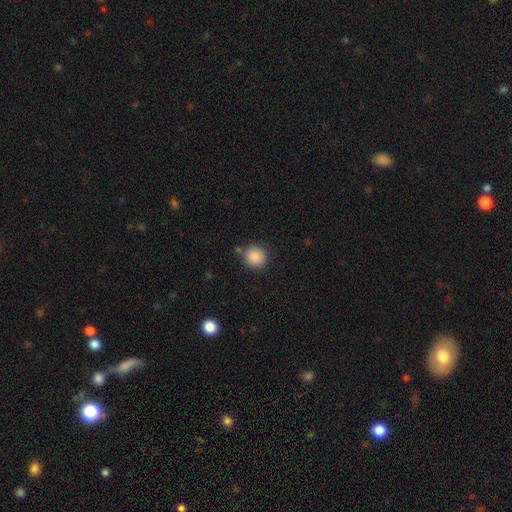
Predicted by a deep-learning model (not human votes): Smooth or featured: smooth — 88% (star or artifact — 9%)
How rounded: round — 92% (in between — 7%)
Merging: none — 80% (minor disturbance — 11%)